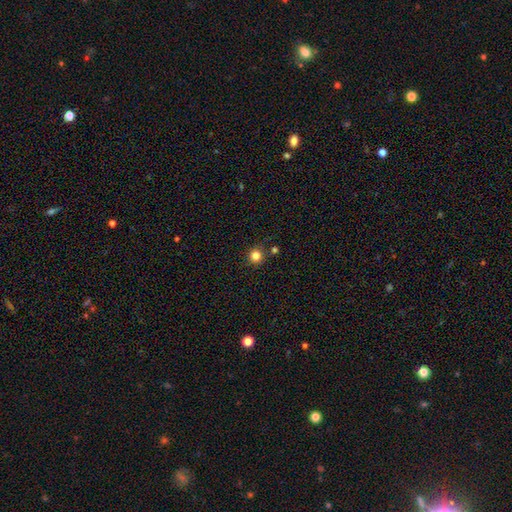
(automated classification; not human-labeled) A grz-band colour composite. It shows a smooth galaxy with no disk features (82%) that is round (94%). Merging: none (83%).